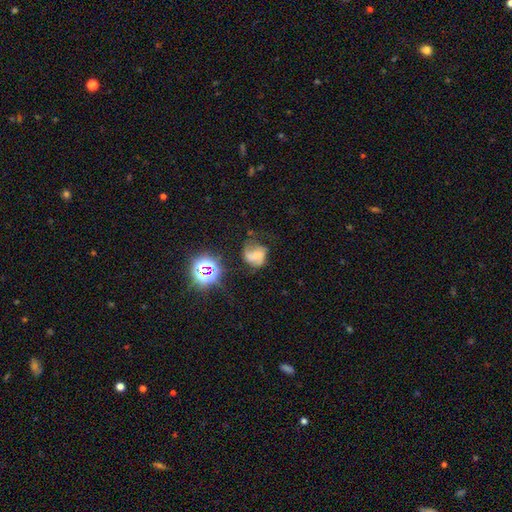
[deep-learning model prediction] This appears to be a featured or disk galaxy (44%). Merging: none (40%).